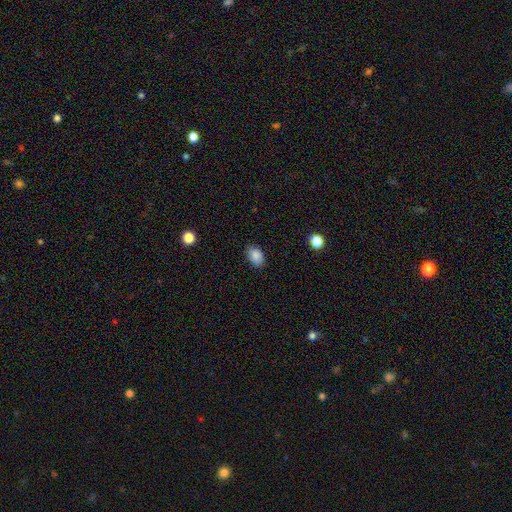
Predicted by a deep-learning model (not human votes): The model was most divided on "how rounded": in between: 85%, round: 14%, cigar-shaped: 1%. More confident: smooth or featured — smooth (88%); merging — none (84%).